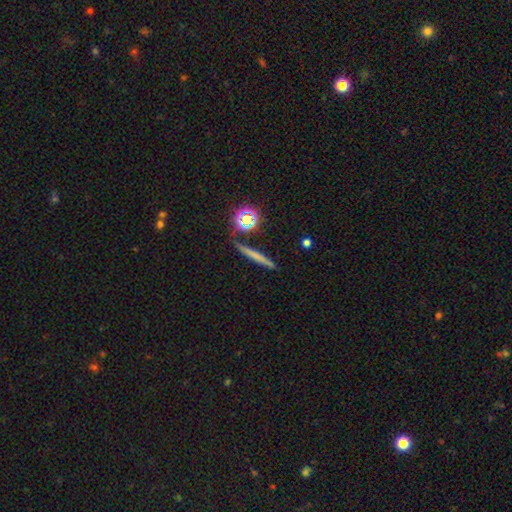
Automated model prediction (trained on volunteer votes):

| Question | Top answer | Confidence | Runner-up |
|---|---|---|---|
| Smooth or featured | smooth | 54% | featured or disk (32%) |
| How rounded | cigar-shaped | 88% | round (8%) |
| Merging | none | 85% | minor disturbance (9%) |